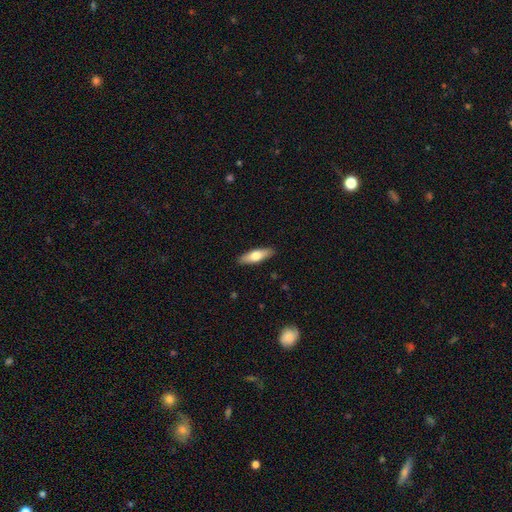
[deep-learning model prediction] smooth-or-featured: smooth: 63% | featured or disk: 31% | star or artifact: 6%
  how-rounded: in between: 49% | cigar-shaped: 48% | round: 2%
  merging: none: 90% | minor disturbance: 8% | major disturbance: 2% | merger: 1%